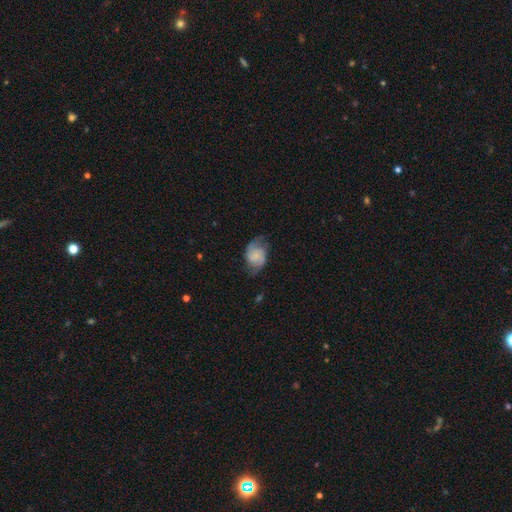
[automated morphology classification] Overall: featured or disk (56%; smooth 36%). Edge-on disk: no (97%). Bar: no (67%). Spiral arms: yes (89%). Bulge size: small (46%; none 30%). Merging: none (59%; minor disturbance 26%).